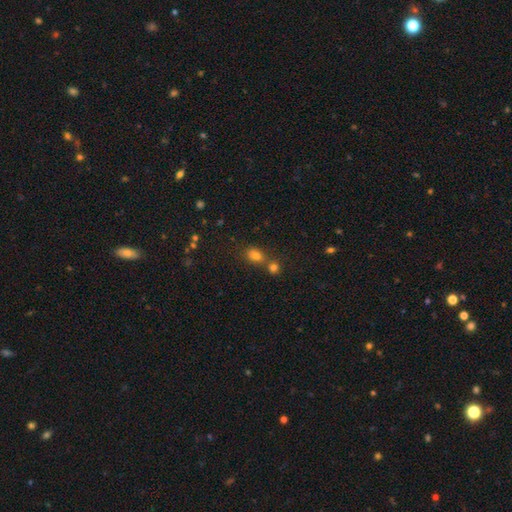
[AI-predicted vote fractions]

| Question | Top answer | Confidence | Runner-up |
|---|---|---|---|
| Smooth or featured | smooth | 71% | star or artifact (20%) |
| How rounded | in between | 58% | round (40%) |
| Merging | none | 53% | merger (34%) |